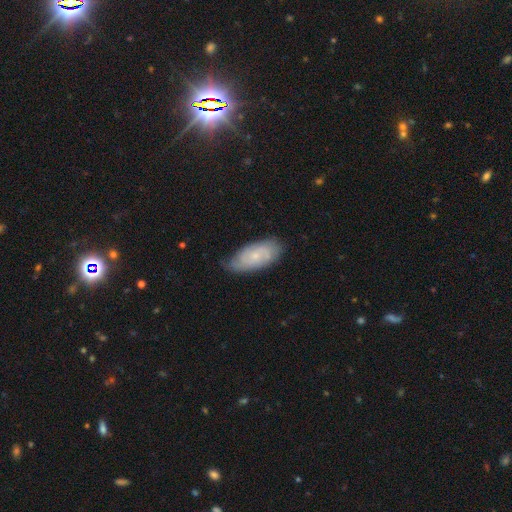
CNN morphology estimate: A featured or disk galaxy (57%) with no bar (75%), spiral arms (88%) and a small central bulge (72%). Merging: none (70%).